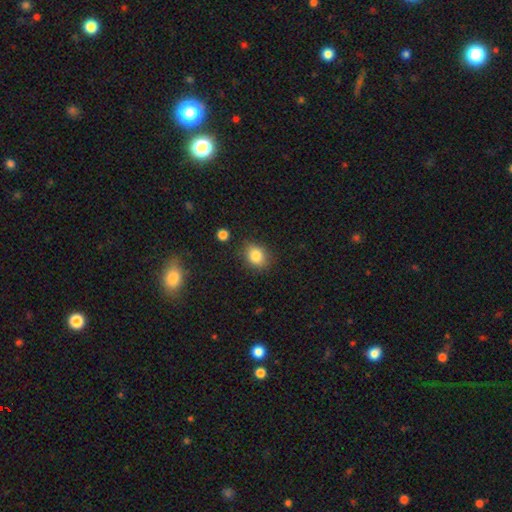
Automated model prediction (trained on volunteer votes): This appears to be a smooth galaxy with no disk features (83%) that is in between round and cigar-shaped (53%). Merging: none (82%).